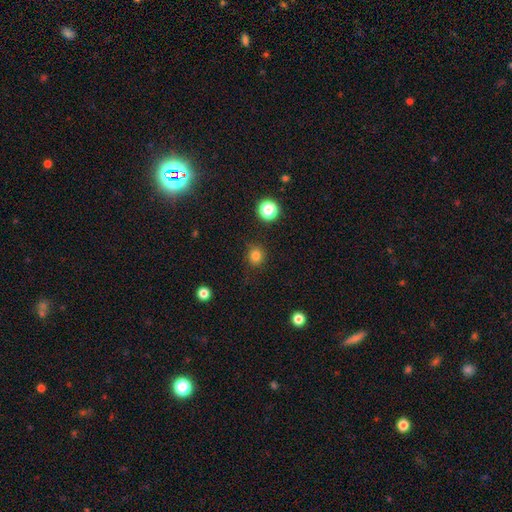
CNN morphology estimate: Smooth or featured? smooth (81%)
How rounded? round (87%)
Merging? none (86%)